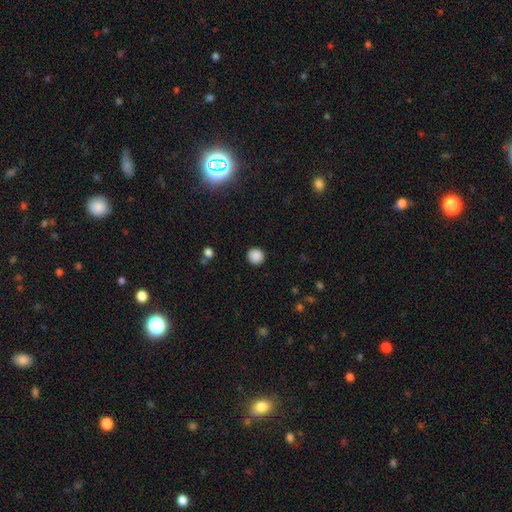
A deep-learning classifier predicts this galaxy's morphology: This is clearly a smooth galaxy (87%). How rounded: clearly round (94%). Merging: clearly none (91%).